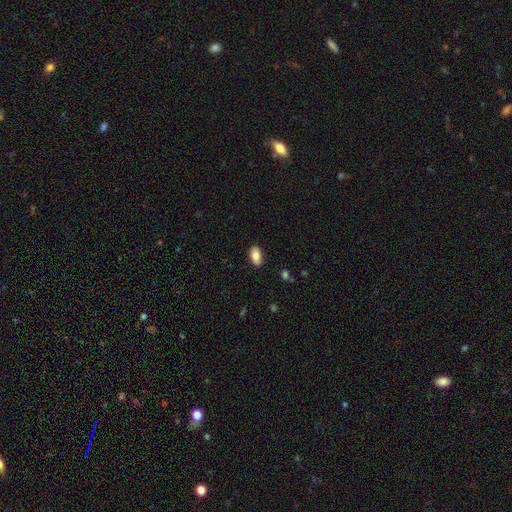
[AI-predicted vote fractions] Q: Smooth or featured?
A: smooth (82%); runner-up: featured or disk (11%)
Q: How rounded?
A: in between (93%); runner-up: round (4%)
Q: Merging?
A: none (87%); runner-up: minor disturbance (10%)